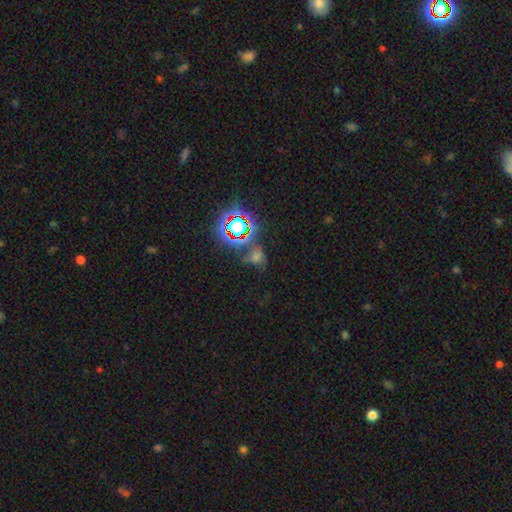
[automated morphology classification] Overall: star or artifact (58%; smooth 28%).